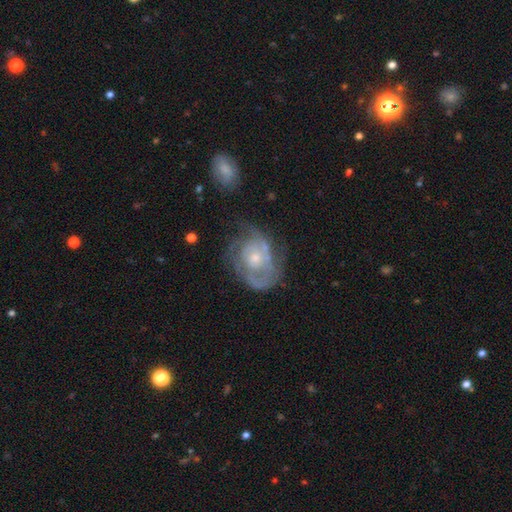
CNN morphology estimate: smooth-or-featured: featured or disk: 80% | smooth: 14% | star or artifact: 6%
  disk-edge-on: no: 97% | yes: 3%
    bar: no: 79% | weak: 18% | strong: 3%
    has-spiral-arms: yes: 84% | no: 16%
      spiral-winding: tight: 55% | medium: 33% | loose: 12%
      spiral-arm-count: can't tell: 37% | 2: 31% | 3: 16% | 1: 8% | 4: 5% | more than 4: 4%
    bulge-size: small: 47% | moderate: 46% | large: 3% | none: 2% | dominant: 1%
  merging: none: 51% | minor disturbance: 26% | major disturbance: 20% | merger: 4%